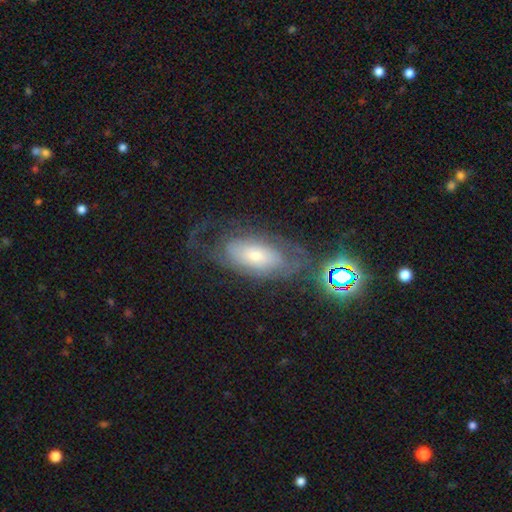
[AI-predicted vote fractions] This is likely a featured or disk galaxy (61%). It is clearly not viewed edge-on (90%). Bar: likely no (77%). Spiral arm pattern: likely yes (76%). Central bulge: possibly small (56%). Merging: possibly none (53%).